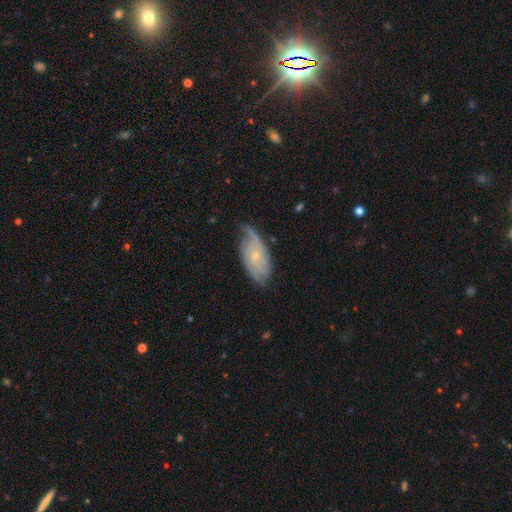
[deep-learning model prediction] smooth_or_featured: featured or disk (p=0.77) [alt: smooth p=0.17]
disk_edge_on: no (p=0.93) [alt: yes p=0.07]
bar: no (p=0.72) [alt: weak p=0.24]
has_spiral_arms: yes (p=0.93) [alt: no p=0.07]
spiral_winding: tight (p=0.48) [alt: medium p=0.37]
spiral_arm_count: 2 (p=0.34) [alt: can't tell p=0.31]
bulge_size: small (p=0.70) [alt: moderate p=0.25]
merging: none (p=0.66) [alt: minor disturbance p=0.24]